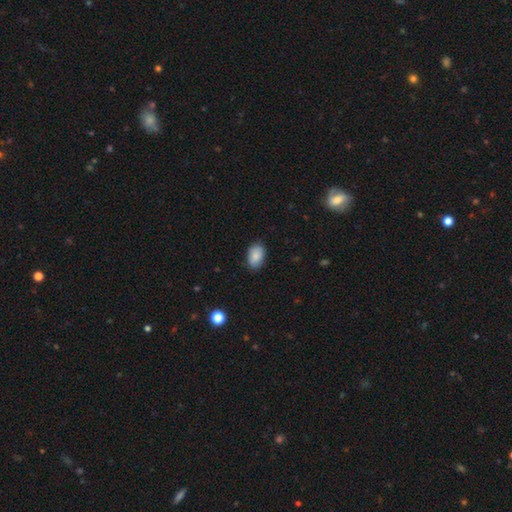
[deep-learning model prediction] Smooth or featured: smooth — 87% (star or artifact — 7%)
How rounded: in between — 90% (round — 9%)
Merging: none — 86% (minor disturbance — 11%)